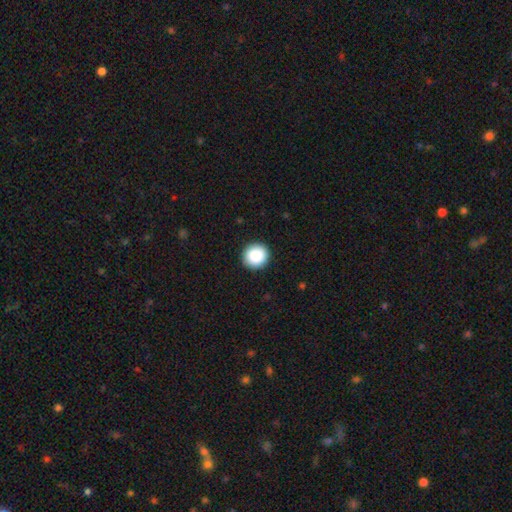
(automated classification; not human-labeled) A smooth galaxy with no disk features (89%) that is round (94%). Merging: none (92%).